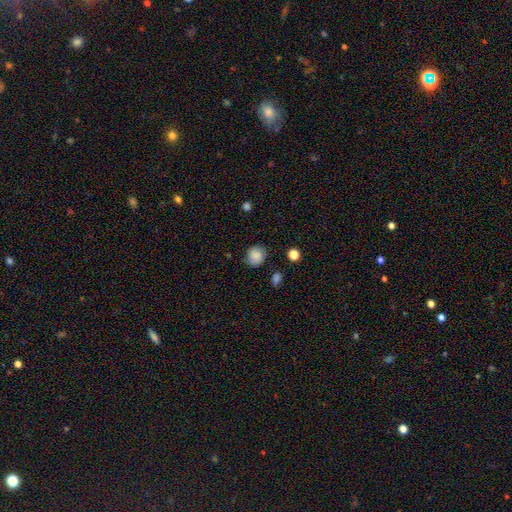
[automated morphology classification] smooth 81%, featured or disk 9%, star or artifact 9%. Down the decision tree: how rounded — round (81%); merging — none (76%).